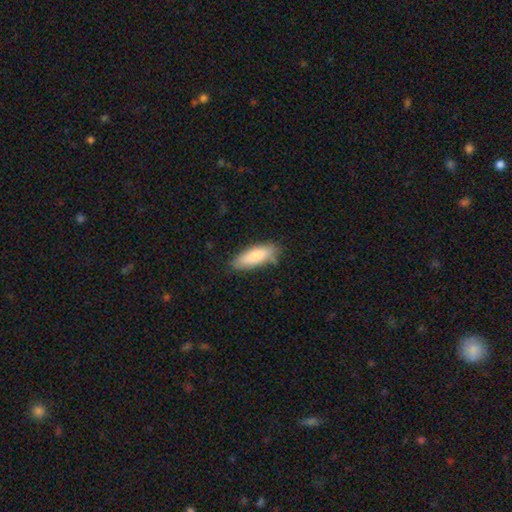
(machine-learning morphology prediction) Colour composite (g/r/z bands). It shows a smooth galaxy with no disk features (77%) that is in between round and cigar-shaped (60%). Merging: none (80%).